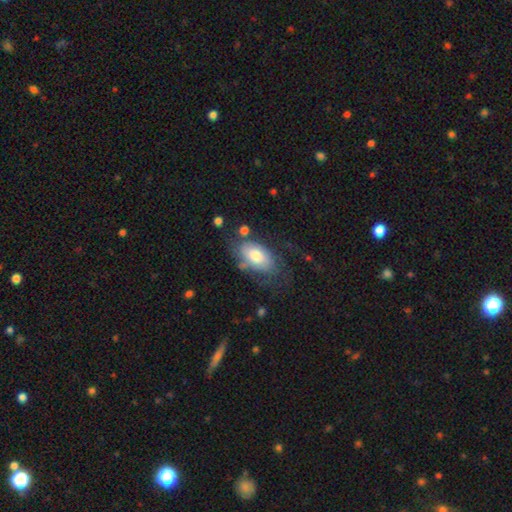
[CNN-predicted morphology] The model was most divided on "merging": none: 51%, minor disturbance: 26%, major disturbance: 18%, merger: 5%. More confident: how rounded — in between (92%); smooth or featured — smooth (61%).